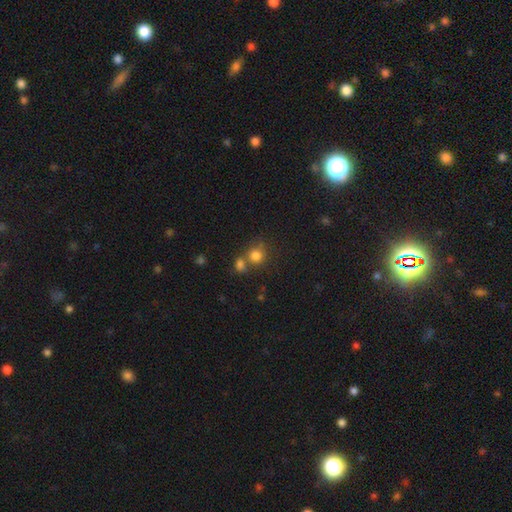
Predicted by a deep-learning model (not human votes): Smooth or featured?
  - smooth: 80% *
  - star or artifact: 13%
  - featured or disk: 8%
How rounded?
  - round: 83% *
  - in between: 16%
  - cigar-shaped: 1%
Merging?
  - none: 51% *
  - merger: 35%
  - minor disturbance: 10%
  - major disturbance: 5%